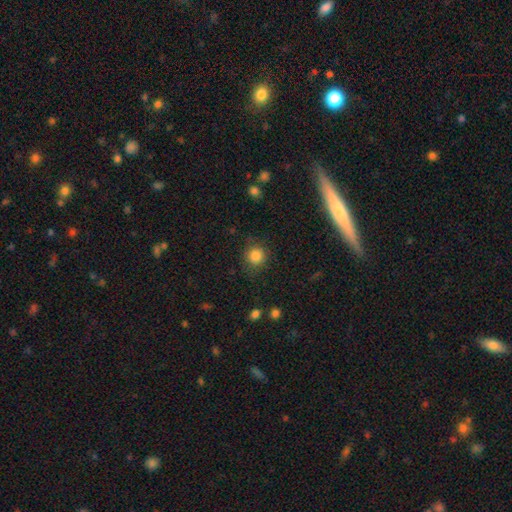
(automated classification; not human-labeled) Smooth or featured? smooth (84%)
How rounded? round (91%)
Merging? none (84%)